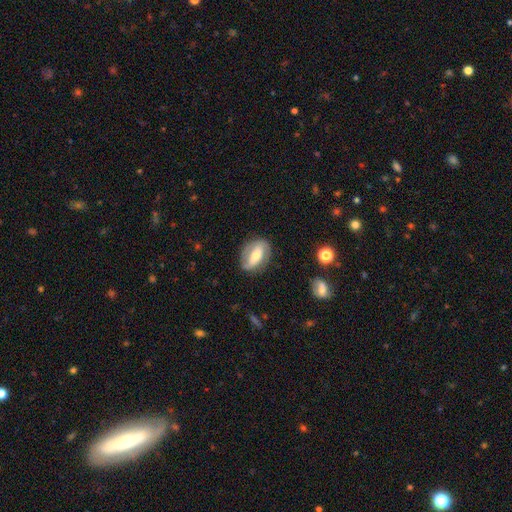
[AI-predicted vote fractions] Q: Smooth or featured?
A: featured or disk (61%); runner-up: smooth (33%)
Q: Edge-on disk?
A: no (90%); runner-up: yes (10%)
Q: Bar?
A: strong (51%); runner-up: weak (27%)
Q: Spiral arms?
A: yes (61%); runner-up: no (39%)
Q: Bulge size?
A: moderate (59%); runner-up: small (32%)
Q: Merging?
A: none (78%); runner-up: minor disturbance (15%)